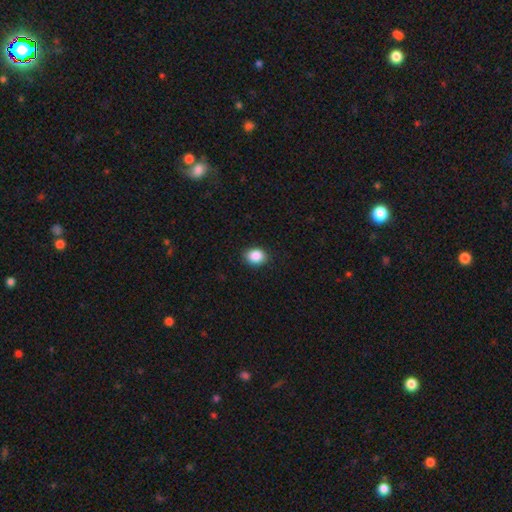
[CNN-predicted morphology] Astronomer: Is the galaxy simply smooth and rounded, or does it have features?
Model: smooth — 88%.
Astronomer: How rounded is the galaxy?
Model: in between — 52% (runner-up: round, 47%).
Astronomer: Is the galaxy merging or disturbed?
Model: none — 88%.